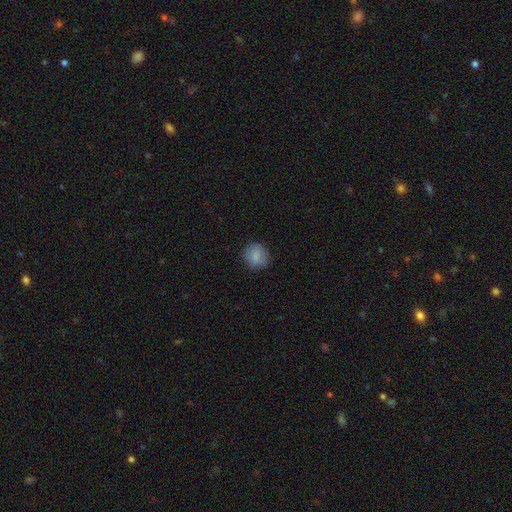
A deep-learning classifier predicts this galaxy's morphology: Q: Smooth or featured?
A: smooth (85%); runner-up: star or artifact (8%)
Q: How rounded?
A: round (84%); runner-up: in between (15%)
Q: Merging?
A: none (85%); runner-up: minor disturbance (11%)